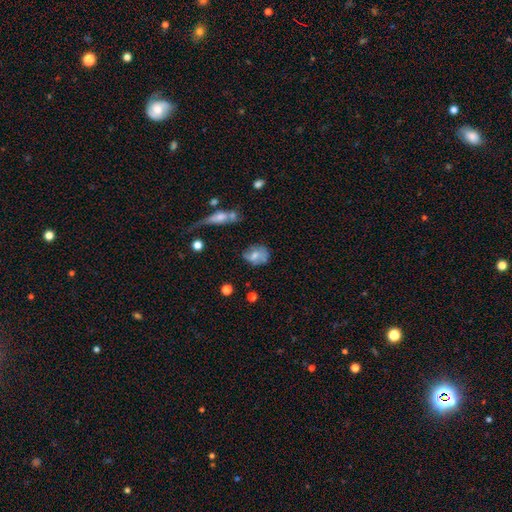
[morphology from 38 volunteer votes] Smooth or featured: smooth — 50% (featured or disk — 45%)
How rounded: in between — 74% (round — 26%)
Merging: none — 58% (minor disturbance — 22%)